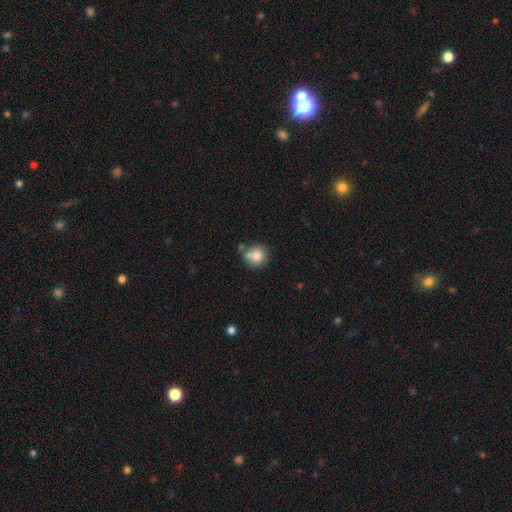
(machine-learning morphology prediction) type=smooth (81%); roundness=round (87%); merging=none (58%).